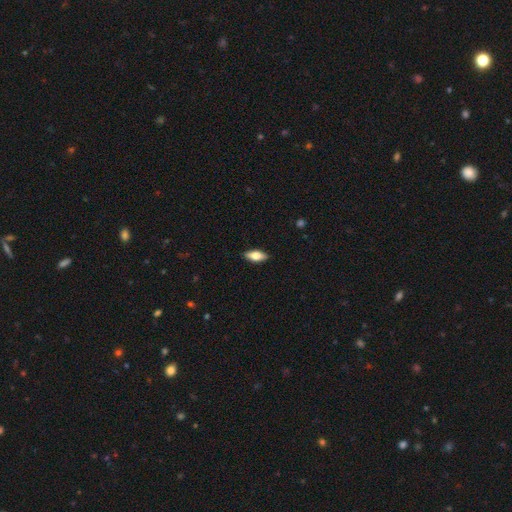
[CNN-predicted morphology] A smooth galaxy with no disk features (72%) that is in between round and cigar-shaped (81%).

Vote fractions:
- Smooth or featured? smooth: 72% / featured or disk: 22% / star or artifact: 6%
- How rounded? in between: 81% / cigar-shaped: 17% / round: 3%
- Merging? none: 89% / minor disturbance: 9% / major disturbance: 2% / merger: 1%